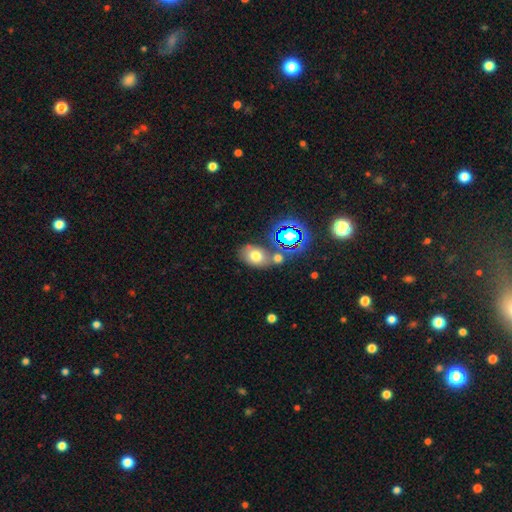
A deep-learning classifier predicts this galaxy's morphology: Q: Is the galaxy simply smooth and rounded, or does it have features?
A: smooth — 65%.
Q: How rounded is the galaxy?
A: in between — 76%.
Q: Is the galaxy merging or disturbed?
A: none — 57%.